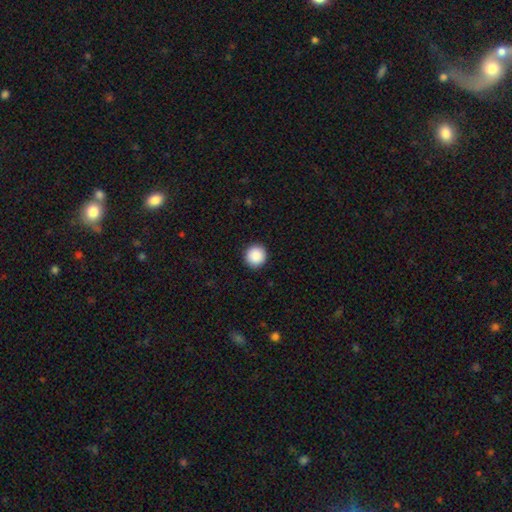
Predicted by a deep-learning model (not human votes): Smooth or featured? Predicted: smooth (p=0.89). How rounded? Predicted: round (p=0.95). Merging? Predicted: none (p=0.93).